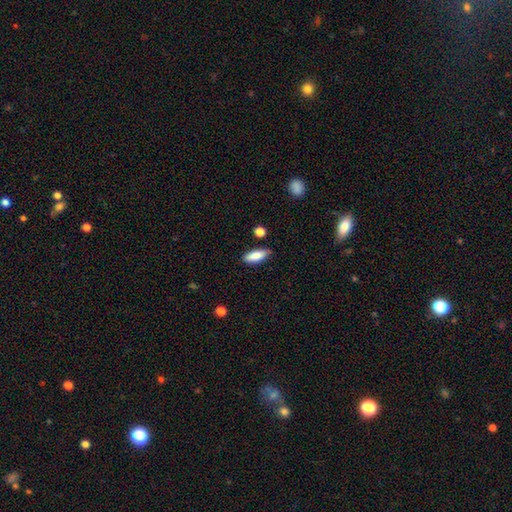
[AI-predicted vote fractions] A smooth galaxy with no disk features (84%) that is in between round and cigar-shaped (72%). Merging: none (80%).